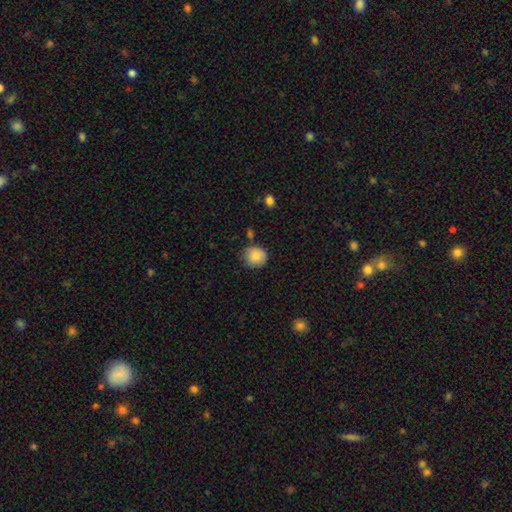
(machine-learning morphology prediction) A smooth galaxy with no disk features (87%) that is round (89%). Merging: none (77%).